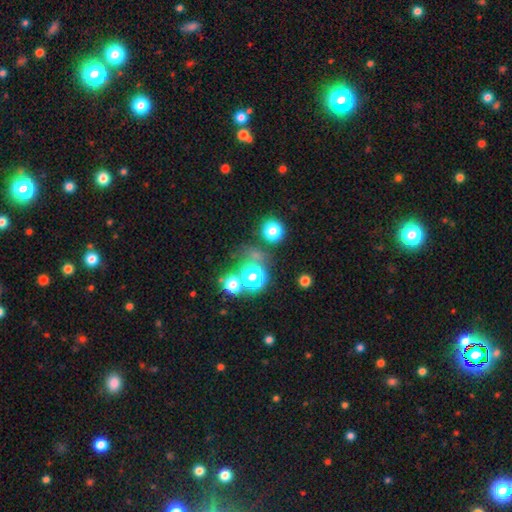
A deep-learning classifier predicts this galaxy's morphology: Smooth or featured?
  - smooth: 59% *
  - star or artifact: 32%
  - featured or disk: 9%
How rounded?
  - round: 86% *
  - in between: 13%
  - cigar-shaped: 1%
Merging?
  - none: 65% *
  - merger: 17%
  - minor disturbance: 11%
  - major disturbance: 8%